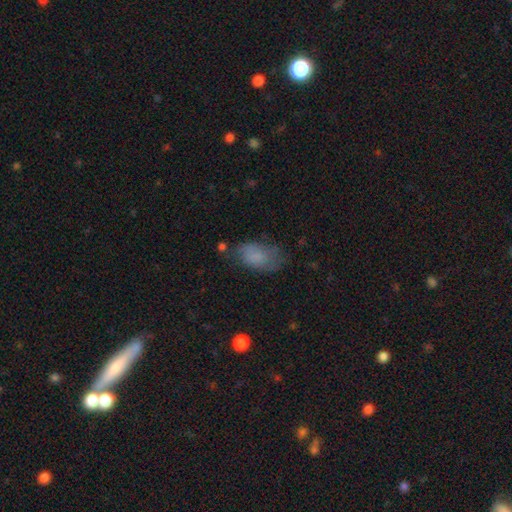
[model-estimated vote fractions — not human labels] Smooth or featured? Predicted: smooth (p=0.73). How rounded? Predicted: in between (p=0.91). Merging? Predicted: none (p=0.53).